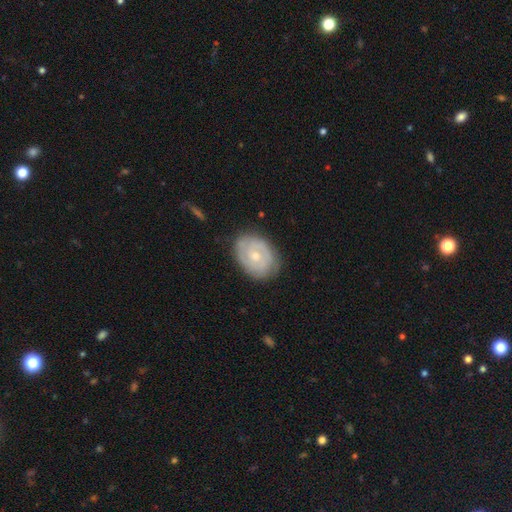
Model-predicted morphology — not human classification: smooth-or-featured: featured or disk: 69% | smooth: 25% | star or artifact: 5%
  disk-edge-on: no: 97% | yes: 3%
    bar: no: 75% | weak: 21% | strong: 4%
    has-spiral-arms: yes: 77% | no: 23%
      spiral-winding: tight: 67% | medium: 25% | loose: 8%
      spiral-arm-count: 2: 47% | can't tell: 34% | 3: 9% | 1: 5% | 4: 3% | more than 4: 2%
    bulge-size: small: 49% | moderate: 47% | large: 2% | none: 1% | dominant: 1%
  merging: none: 79% | minor disturbance: 16% | major disturbance: 4% | merger: 1%